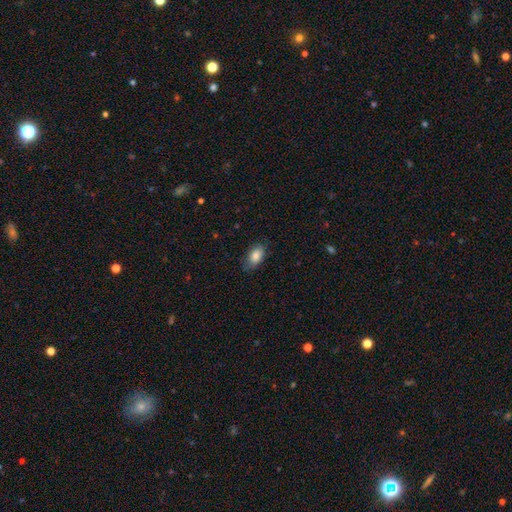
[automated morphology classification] A smooth galaxy with no disk features (84%) that is in between round and cigar-shaped (91%).

Vote fractions:
- Smooth or featured? smooth: 84% / featured or disk: 8% / star or artifact: 7%
- How rounded? in between: 91% / round: 7% / cigar-shaped: 2%
- Merging? none: 78% / minor disturbance: 17% / major disturbance: 4% / merger: 1%